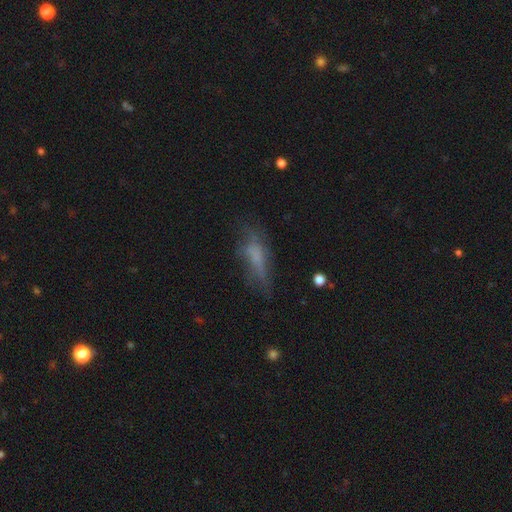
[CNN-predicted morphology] The model was most divided on "how rounded": cigar-shaped: 50%, in between: 47%, round: 3%. More confident: smooth or featured — smooth (55%); merging — none (53%).